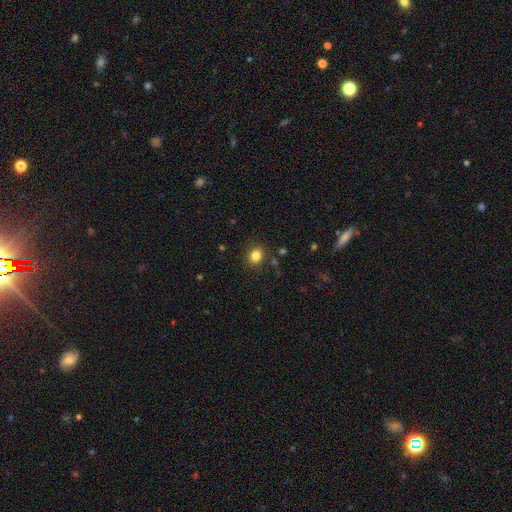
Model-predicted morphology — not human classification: Smooth or featured: smooth — 83% (star or artifact — 11%)
How rounded: round — 55% (in between — 44%)
Merging: none — 86% (minor disturbance — 9%)